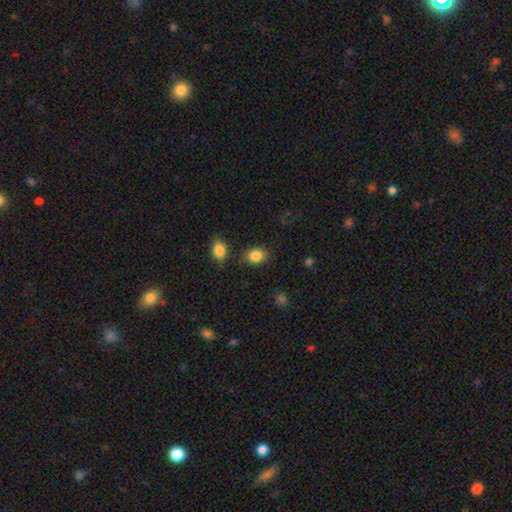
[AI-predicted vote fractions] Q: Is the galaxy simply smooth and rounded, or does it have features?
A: smooth — 86%.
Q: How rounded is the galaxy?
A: in between — 52%.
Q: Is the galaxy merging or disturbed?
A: none — 79%.